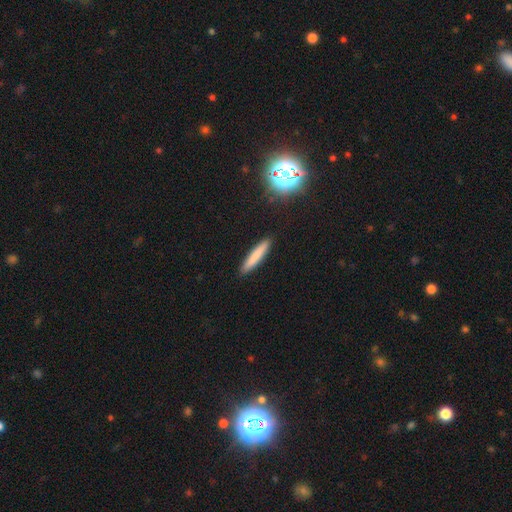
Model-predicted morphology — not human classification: This appears to be a smooth galaxy with no disk features (79%) that is cigar-shaped (91%). Merging: none (91%).